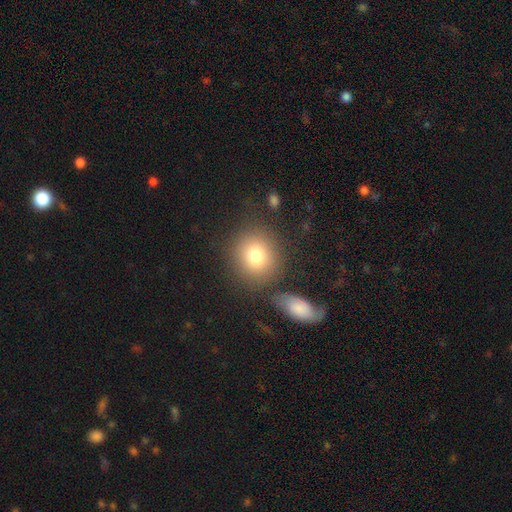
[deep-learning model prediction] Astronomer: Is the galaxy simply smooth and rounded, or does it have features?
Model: smooth — 81%.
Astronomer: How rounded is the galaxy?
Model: round — 83%.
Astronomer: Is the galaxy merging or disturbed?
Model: none — 77%.